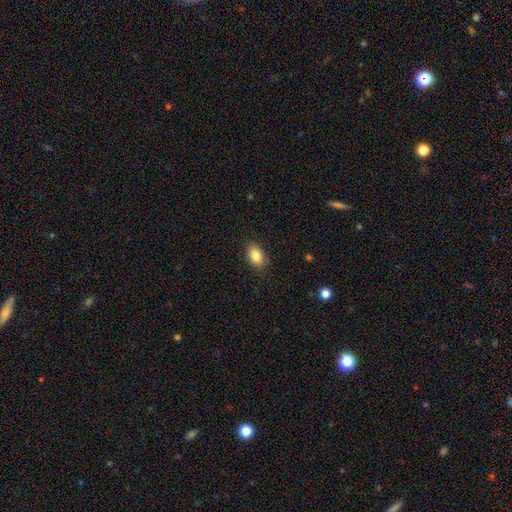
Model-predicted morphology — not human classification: smooth-or-featured: smooth: 85% | star or artifact: 8% | featured or disk: 7%
  how-rounded: in between: 88% | round: 10% | cigar-shaped: 2%
  merging: none: 88% | minor disturbance: 9% | major disturbance: 2% | merger: 1%